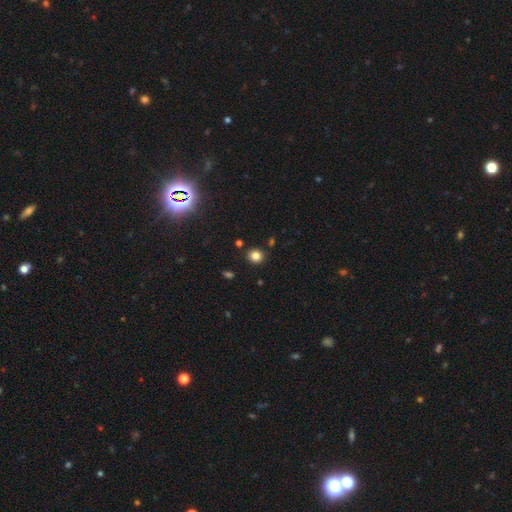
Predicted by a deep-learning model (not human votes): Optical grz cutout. It shows a smooth galaxy with no disk features (81%) that is round (84%). Merging: none (88%).